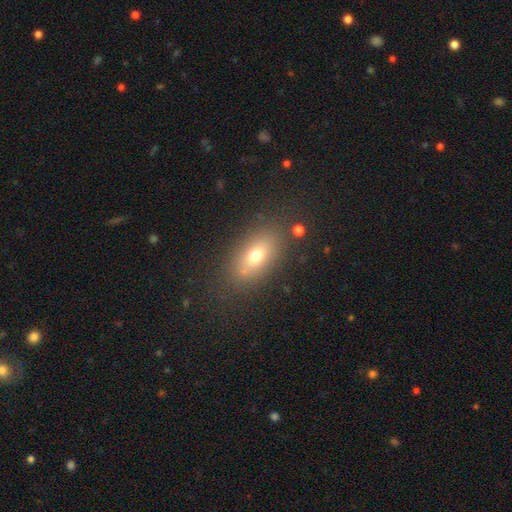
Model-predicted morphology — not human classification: smooth_or_featured: smooth (p=0.69) [alt: featured or disk p=0.18]
how_rounded: in between (p=0.82) [alt: round p=0.12]
merging: none (p=0.78) [alt: minor disturbance p=0.12]